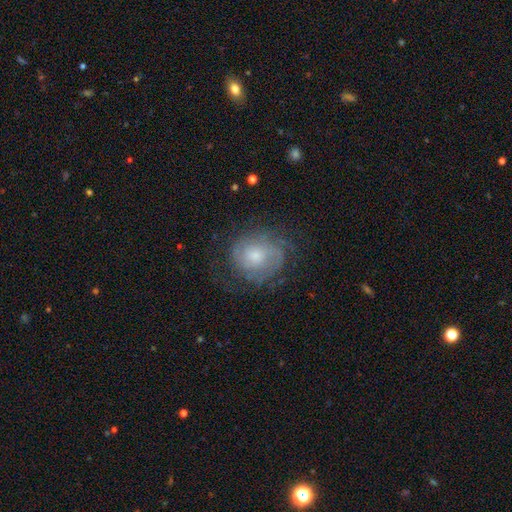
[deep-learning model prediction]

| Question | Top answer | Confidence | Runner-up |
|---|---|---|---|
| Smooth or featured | featured or disk | 68% | smooth (24%) |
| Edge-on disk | no | 98% | yes (2%) |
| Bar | no | 75% | weak (22%) |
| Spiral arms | yes | 88% | no (12%) |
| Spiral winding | tight | 54% | medium (33%) |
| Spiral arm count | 2 | 38% | can't tell (37%) |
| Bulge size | small | 46% | moderate (44%) |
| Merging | none | 65% | minor disturbance (20%) |